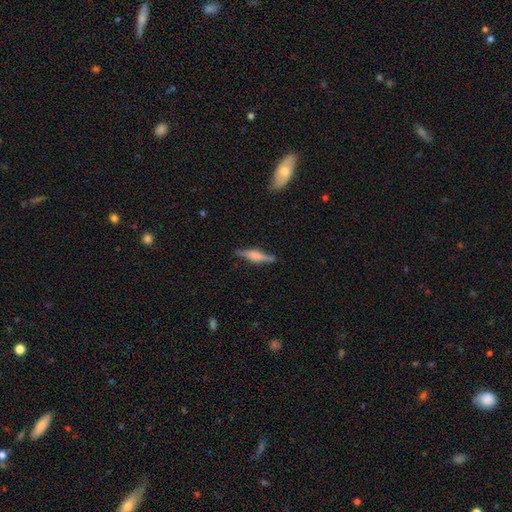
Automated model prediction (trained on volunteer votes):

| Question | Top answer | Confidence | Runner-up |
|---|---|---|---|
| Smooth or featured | featured or disk | 55% | smooth (38%) |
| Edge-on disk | yes | 96% | no (4%) |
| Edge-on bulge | rounded | 51% | boxy (40%) |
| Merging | none | 84% | minor disturbance (12%) |